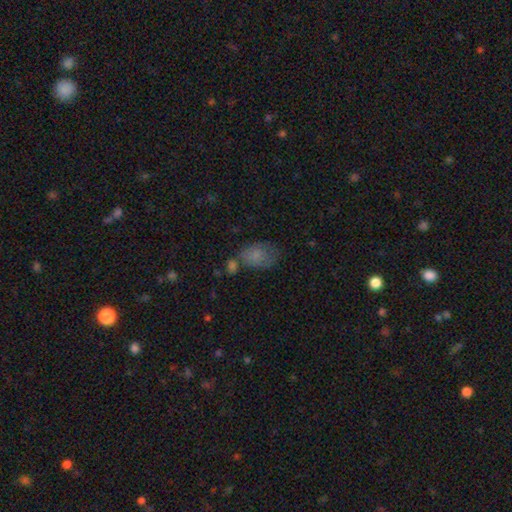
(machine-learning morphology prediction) type=smooth (74%); roundness=in between (81%); merging=none (43%).